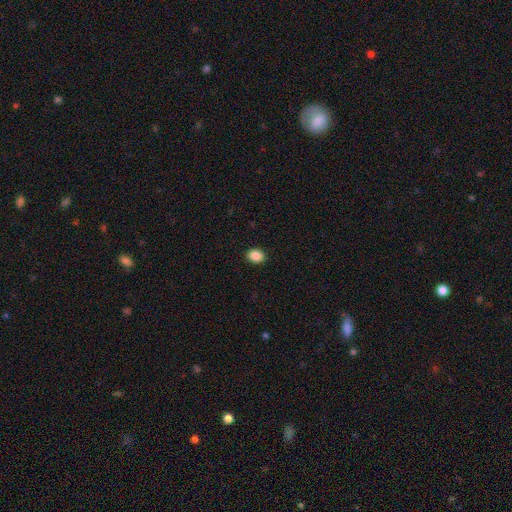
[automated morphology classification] This is clearly a smooth galaxy (88%). How rounded: possibly in between (59%). Merging: clearly none (91%).